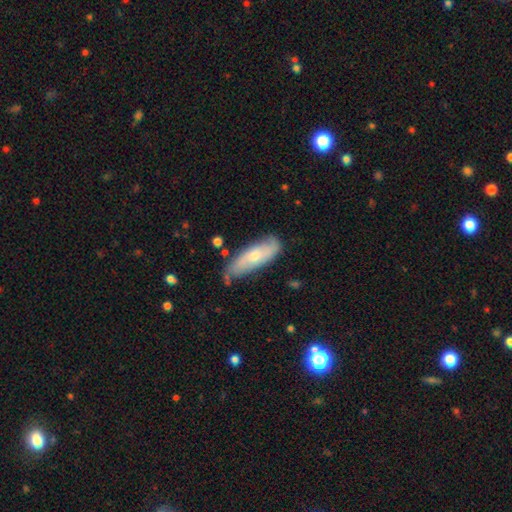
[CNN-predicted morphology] Smooth or featured? smooth (51%)
How rounded? in between (53%)
Merging? none (66%)